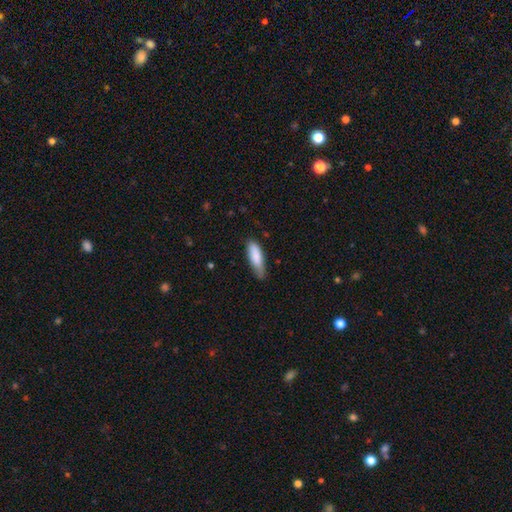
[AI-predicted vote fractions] smooth_or_featured: smooth (p=0.84) [alt: featured or disk p=0.10]
how_rounded: cigar-shaped (p=0.51) [alt: in between p=0.47]
merging: none (p=0.62) [alt: minor disturbance p=0.31]